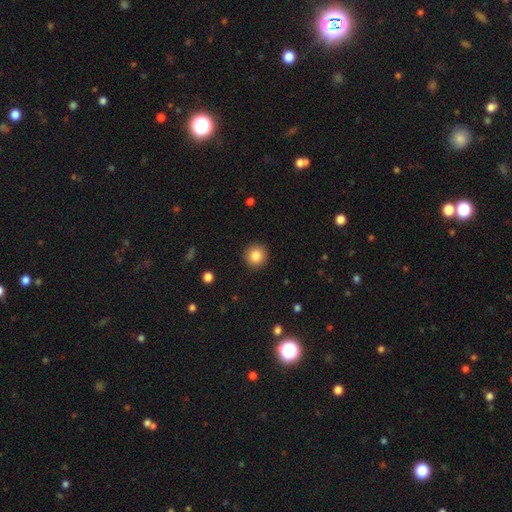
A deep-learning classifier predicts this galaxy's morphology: This appears to be a smooth galaxy with no disk features (85%) that is round (94%). Merging: none (92%).